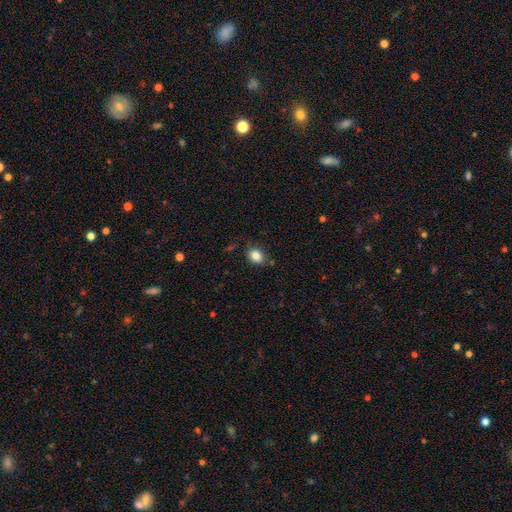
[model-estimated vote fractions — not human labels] smooth 84%, star or artifact 10%, featured or disk 6%. Down the decision tree: how rounded — in between (53%); merging — none (78%).